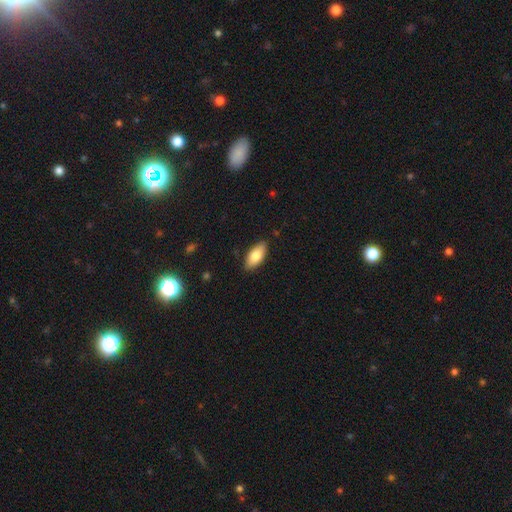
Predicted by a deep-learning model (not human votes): Q: Smooth or featured?
A: smooth (80%); runner-up: featured or disk (14%)
Q: How rounded?
A: in between (89%); runner-up: cigar-shaped (9%)
Q: Merging?
A: none (85%); runner-up: minor disturbance (12%)